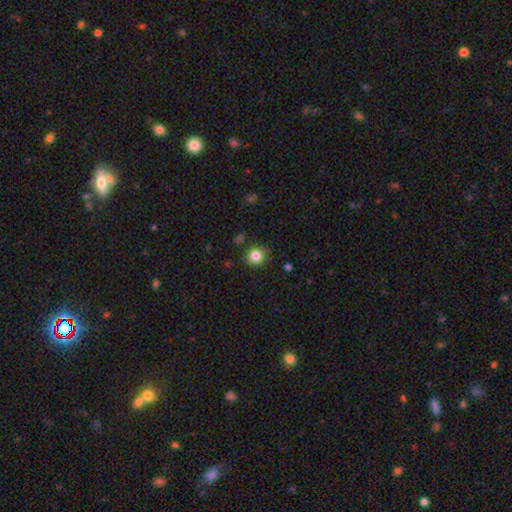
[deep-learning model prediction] This appears to be a smooth galaxy with no disk features (83%) that is round (87%). Merging: none (86%).